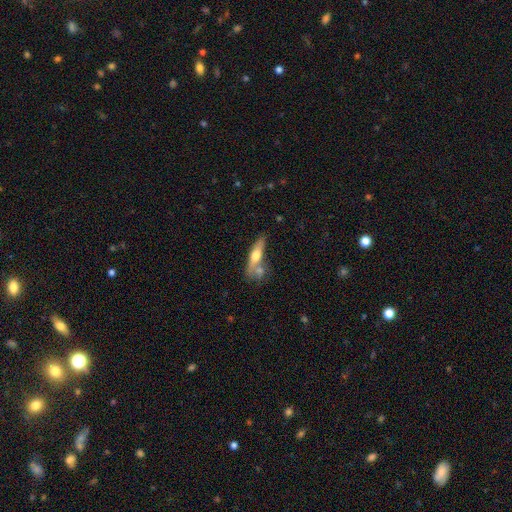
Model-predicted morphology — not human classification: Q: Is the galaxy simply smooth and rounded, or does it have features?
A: smooth — 47%, tied with featured or disk.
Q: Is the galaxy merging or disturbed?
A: none — 52%.